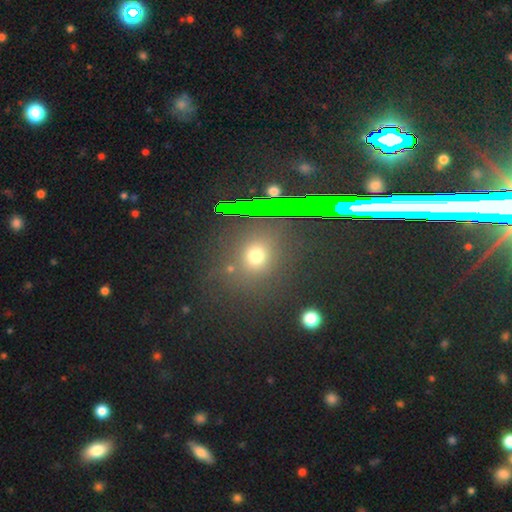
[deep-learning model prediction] Smooth or featured: smooth — 66% (star or artifact — 25%)
How rounded: round — 71% (in between — 26%)
Merging: none — 80% (minor disturbance — 10%)